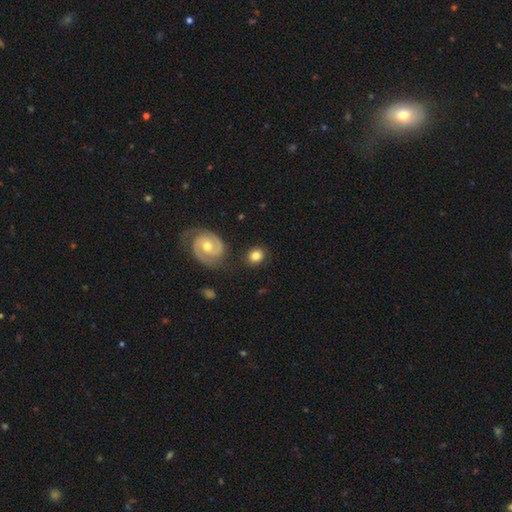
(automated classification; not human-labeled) The model was most divided on "how rounded": round: 68%, in between: 31%, cigar-shaped: 1%. More confident: merging — none (81%); smooth or featured — smooth (74%).